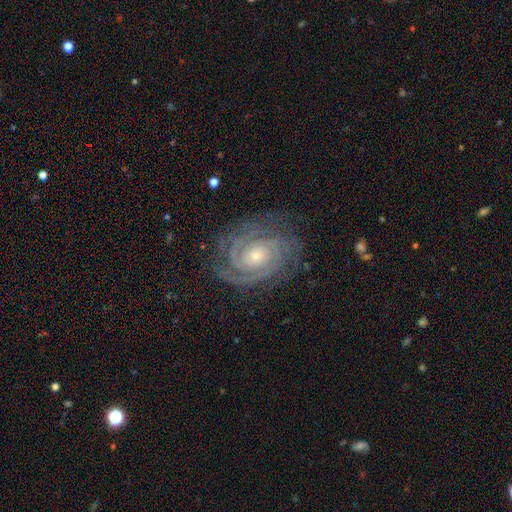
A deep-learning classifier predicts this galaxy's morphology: featured or disk 91%, star or artifact 5%, smooth 3%. Down the decision tree: edge-on disk — no (97%); bar — no (73%); spiral arms — yes (98%); spiral arm count — 2 (41%); spiral winding — tight (81%); bulge size — small (71%); merging — none (79%).